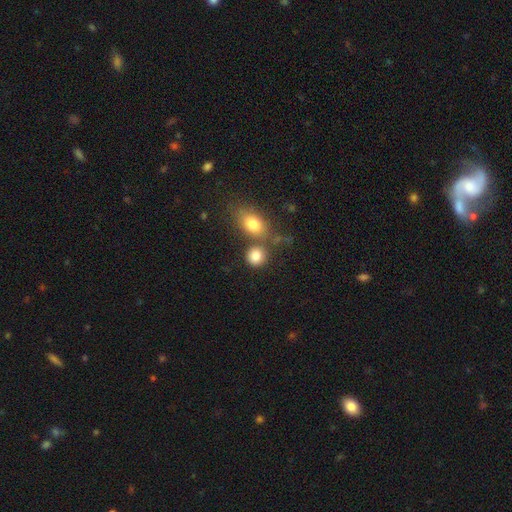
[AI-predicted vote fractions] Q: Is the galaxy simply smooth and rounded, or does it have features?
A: smooth — 83%.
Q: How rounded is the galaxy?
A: round — 75%.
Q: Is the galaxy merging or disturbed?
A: none — 60%.